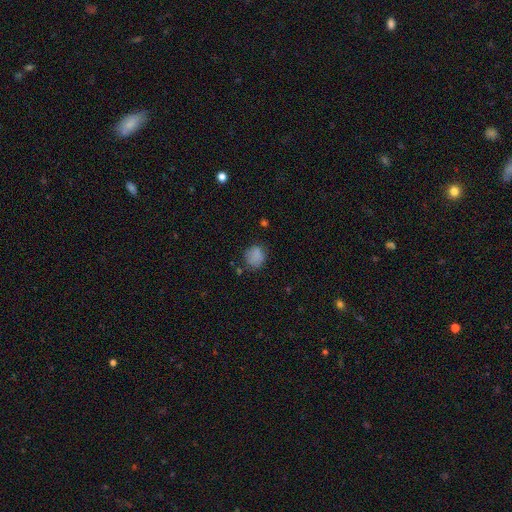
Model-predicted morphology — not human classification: The model was most divided on "merging": none: 68%, minor disturbance: 21%, major disturbance: 8%, merger: 3%. More confident: smooth or featured — smooth (80%); how rounded — round (73%).